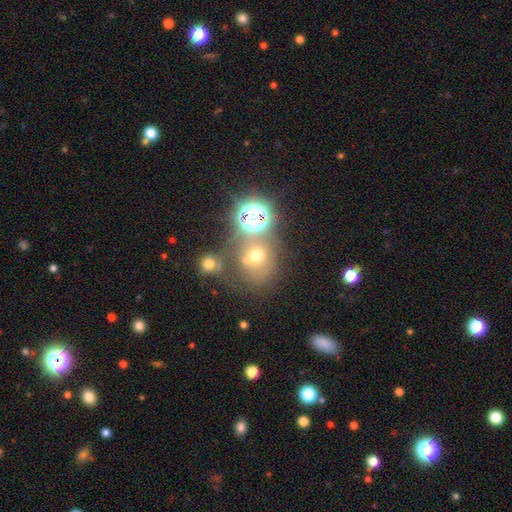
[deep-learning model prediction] This appears to be a smooth galaxy with no disk features (52%) that is round (70%). Merging: none (44%).